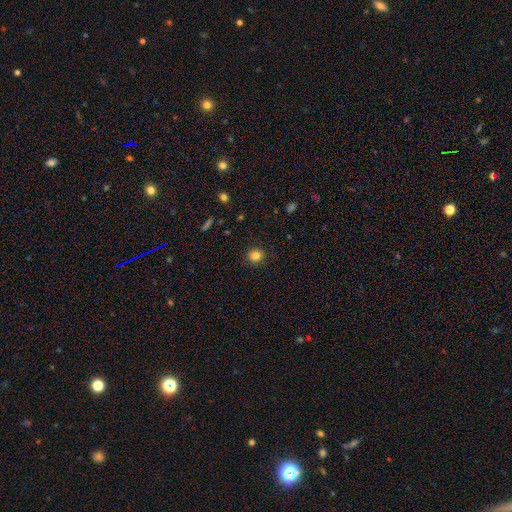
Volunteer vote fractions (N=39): This is clearly a smooth galaxy (85%). How rounded: clearly round (94%). Merging: clearly none (89%).